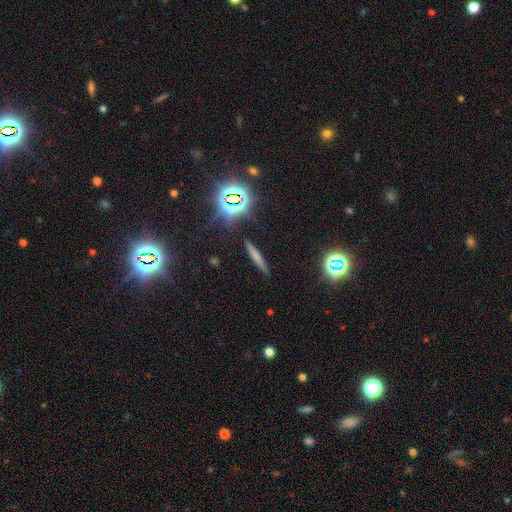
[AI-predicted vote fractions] Smooth or featured: smooth — 56% (featured or disk — 22%)
How rounded: cigar-shaped — 92% (in between — 6%)
Merging: none — 87% (minor disturbance — 9%)